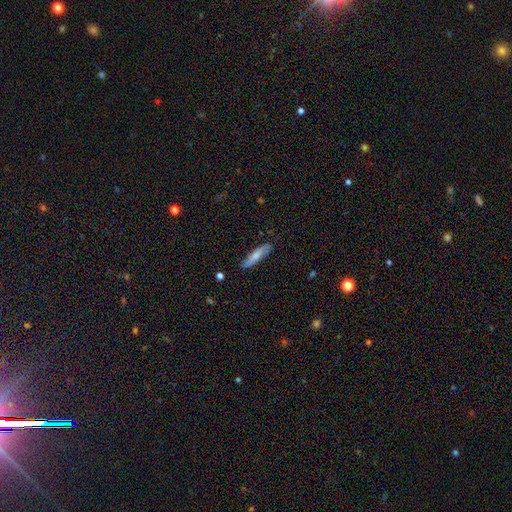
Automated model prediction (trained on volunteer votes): A smooth galaxy with no disk features (71%) that is cigar-shaped (76%).

Vote fractions:
- Smooth or featured? smooth: 71% / featured or disk: 23% / star or artifact: 5%
- How rounded? cigar-shaped: 76% / in between: 23% / round: 2%
- Merging? none: 82% / minor disturbance: 14% / major disturbance: 2% / merger: 1%